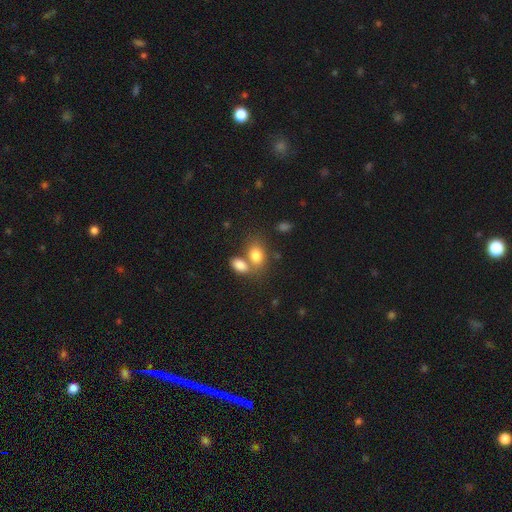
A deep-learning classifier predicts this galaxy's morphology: smooth-or-featured: smooth: 81% | featured or disk: 10% | star or artifact: 9%
  how-rounded: in between: 77% | round: 21% | cigar-shaped: 2%
  merging: merger: 45% | none: 40% | minor disturbance: 10% | major disturbance: 5%